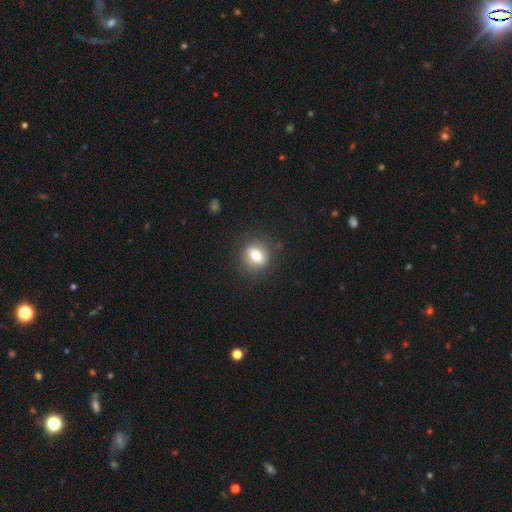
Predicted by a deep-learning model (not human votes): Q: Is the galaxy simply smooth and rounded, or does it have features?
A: smooth — 70%.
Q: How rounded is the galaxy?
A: round — 60%.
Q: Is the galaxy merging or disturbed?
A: none — 86%.